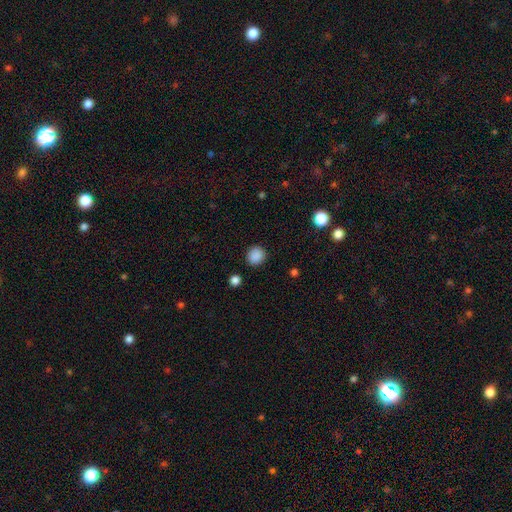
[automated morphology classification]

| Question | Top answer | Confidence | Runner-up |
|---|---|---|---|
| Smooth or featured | smooth | 87% | star or artifact (10%) |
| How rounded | round | 84% | in between (15%) |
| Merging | none | 88% | minor disturbance (8%) |